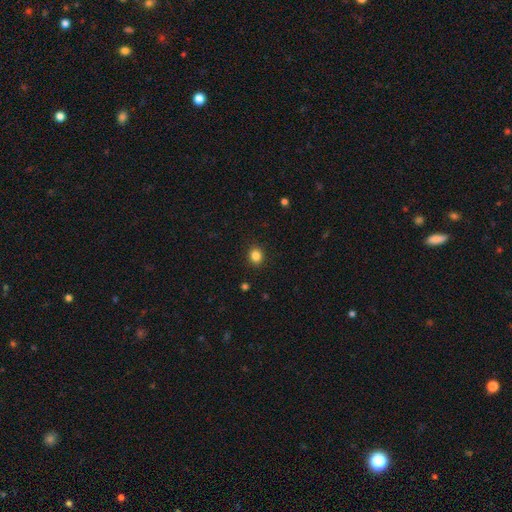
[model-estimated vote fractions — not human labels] This appears to be a smooth galaxy with no disk features (85%) that is round (72%). Merging: none (91%).